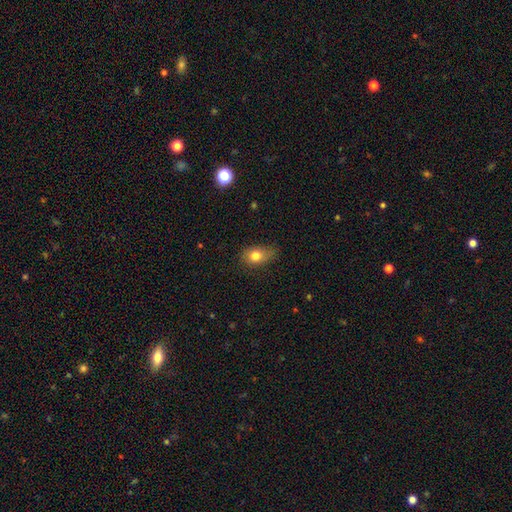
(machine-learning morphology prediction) Smooth or featured?
  - smooth: 79% *
  - featured or disk: 11%
  - star or artifact: 10%
How rounded?
  - in between: 73% *
  - round: 25%
  - cigar-shaped: 2%
Merging?
  - none: 61% *
  - minor disturbance: 29%
  - major disturbance: 8%
  - merger: 1%